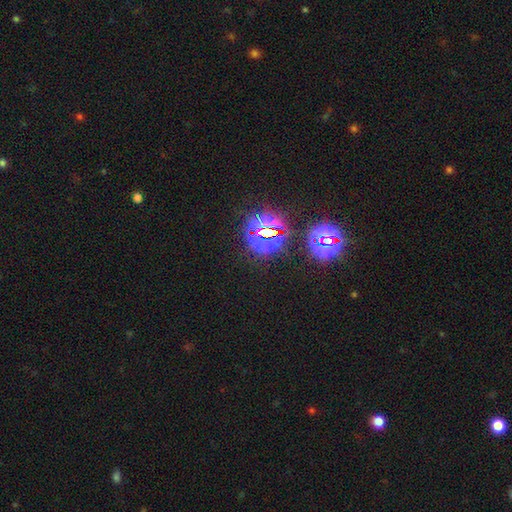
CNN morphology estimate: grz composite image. It shows a star or artifact, not a galaxy (80%).